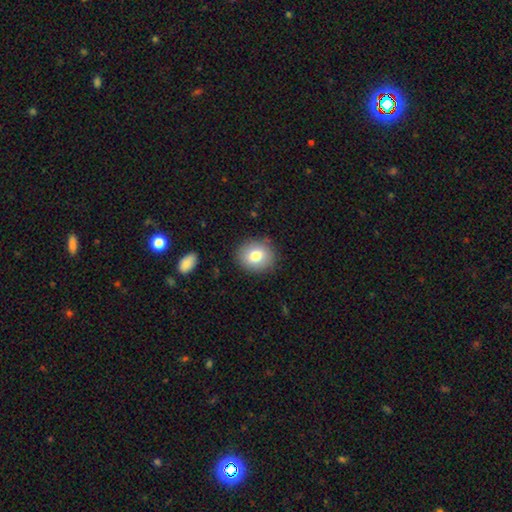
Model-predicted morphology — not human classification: Smooth or featured?
  - smooth: 79% *
  - featured or disk: 12%
  - star or artifact: 9%
How rounded?
  - round: 73% *
  - in between: 26%
  - cigar-shaped: 1%
Merging?
  - none: 87% *
  - minor disturbance: 9%
  - major disturbance: 3%
  - merger: 1%